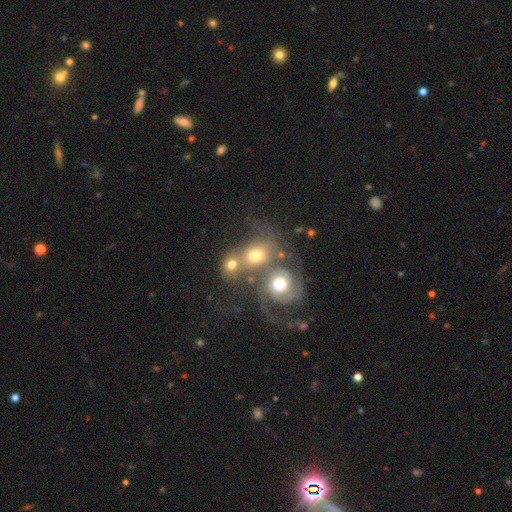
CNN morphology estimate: The model was most divided on "smooth or featured": featured or disk: 46%, smooth: 42%, star or artifact: 12%. More confident: merging — merger (64%).